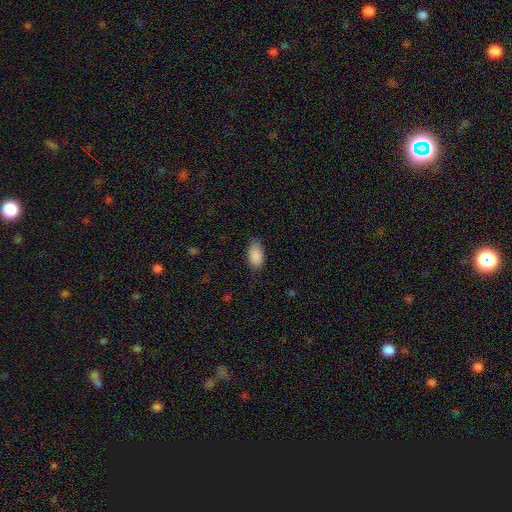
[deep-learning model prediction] Smooth or featured? Predicted: smooth (p=0.89). How rounded? Predicted: in between (p=0.93). Merging? Predicted: none (p=0.78).